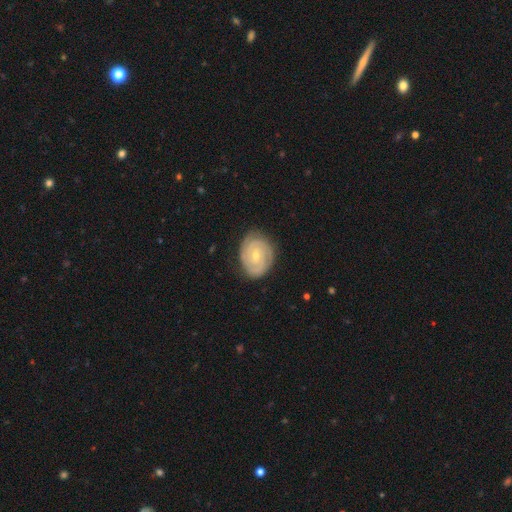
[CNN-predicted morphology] A featured or disk galaxy (84%) with no bar (61%), 2 (49%) tight (79%) spiral arms (96%) and a small central bulge (54%).

Vote fractions:
- Smooth or featured? featured or disk: 84% / smooth: 11% / star or artifact: 5%
- Edge-on disk? no: 98% / yes: 2%
- Bar? no: 61% / weak: 33% / strong: 7%
- Spiral arms? yes: 96% / no: 4%
- Spiral winding? tight: 79% / medium: 18% / loose: 3%
- Spiral arm count? 2: 49% / 3: 22% / can't tell: 17% / 4: 5% / 1: 4% / more than 4: 4%
- Bulge size? small: 54% / moderate: 43% / large: 1% / none: 1% / dominant: 1%
- Merging? none: 81% / minor disturbance: 14% / major disturbance: 3% / merger: 1%